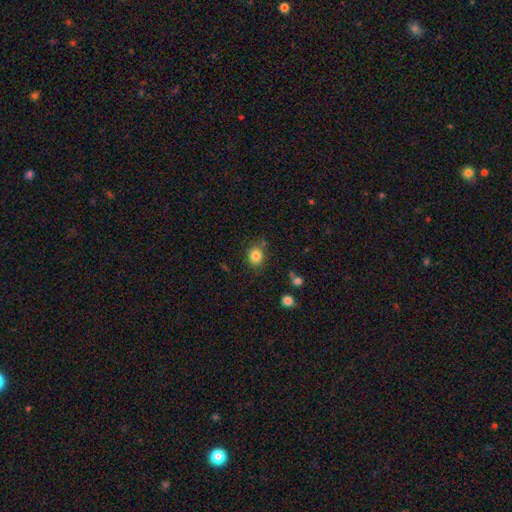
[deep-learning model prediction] The model was most divided on "how rounded": round: 67%, in between: 32%, cigar-shaped: 1%. More confident: smooth or featured — smooth (83%); merging — none (79%).